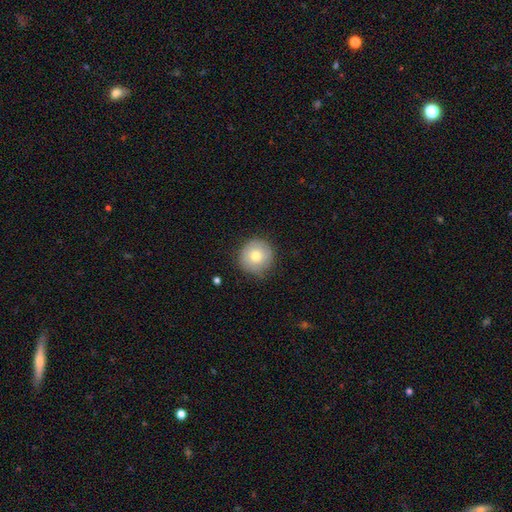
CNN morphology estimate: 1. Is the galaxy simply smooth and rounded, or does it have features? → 73% smooth, 19% featured or disk, 8% star or artifact.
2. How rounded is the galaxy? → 95% round, 4% in between, 1% cigar-shaped.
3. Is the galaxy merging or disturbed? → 79% none, 17% minor disturbance, 4% major disturbance, 1% merger.